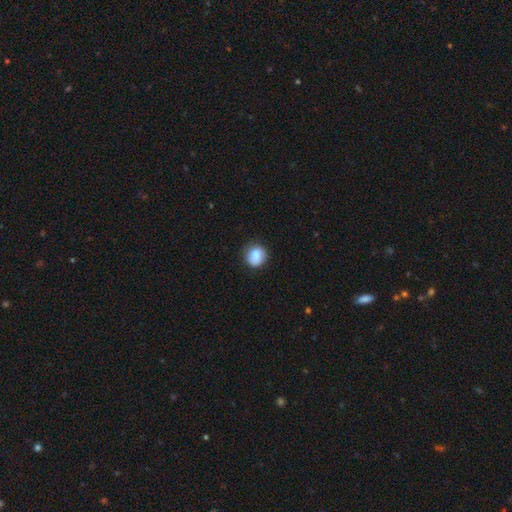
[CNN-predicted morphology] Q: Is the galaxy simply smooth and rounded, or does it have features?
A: smooth — 83%.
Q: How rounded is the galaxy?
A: round — 87%.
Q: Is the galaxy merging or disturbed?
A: none — 75%.